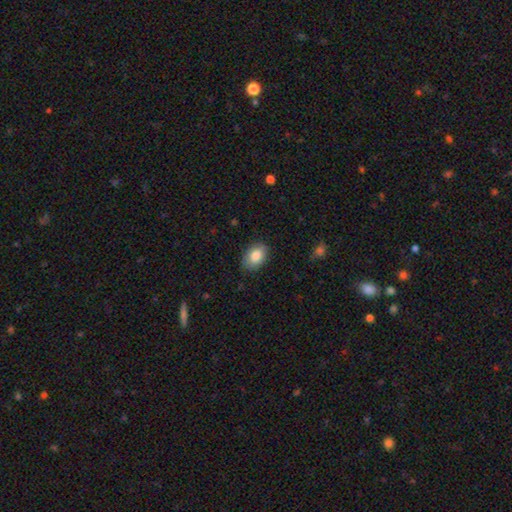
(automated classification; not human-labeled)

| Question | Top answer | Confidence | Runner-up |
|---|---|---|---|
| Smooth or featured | smooth | 85% | featured or disk (8%) |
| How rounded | in between | 87% | round (12%) |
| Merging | none | 83% | minor disturbance (13%) |